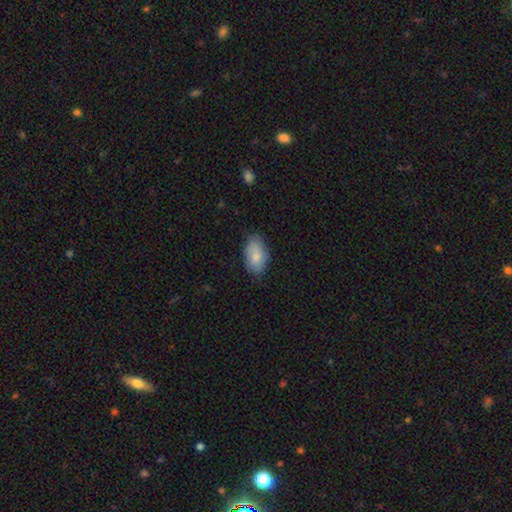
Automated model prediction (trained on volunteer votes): A smooth galaxy with no disk features (81%) that is in between round and cigar-shaped (93%).

Vote fractions:
- Smooth or featured? smooth: 81% / featured or disk: 13% / star or artifact: 6%
- How rounded? in between: 93% / round: 5% / cigar-shaped: 2%
- Merging? none: 75% / minor disturbance: 20% / major disturbance: 4% / merger: 1%